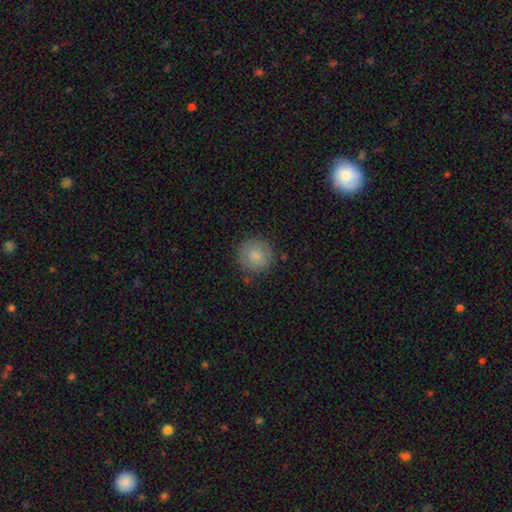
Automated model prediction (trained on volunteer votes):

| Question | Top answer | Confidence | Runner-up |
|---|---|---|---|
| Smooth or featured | smooth | 85% | star or artifact (8%) |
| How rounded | round | 94% | in between (5%) |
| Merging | none | 86% | minor disturbance (10%) |